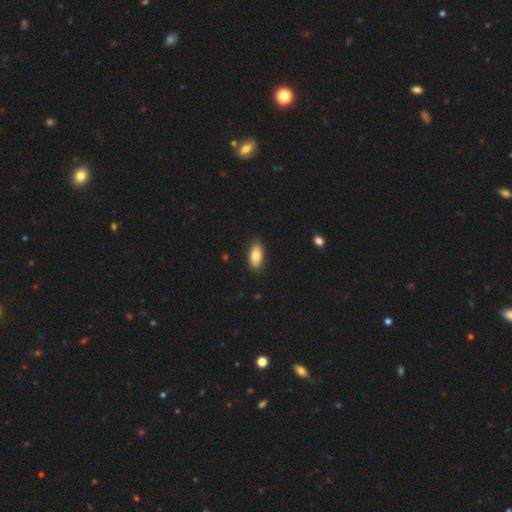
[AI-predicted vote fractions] Smooth or featured: smooth — 81% (featured or disk — 12%)
How rounded: in between — 91% (cigar-shaped — 5%)
Merging: none — 87% (minor disturbance — 10%)